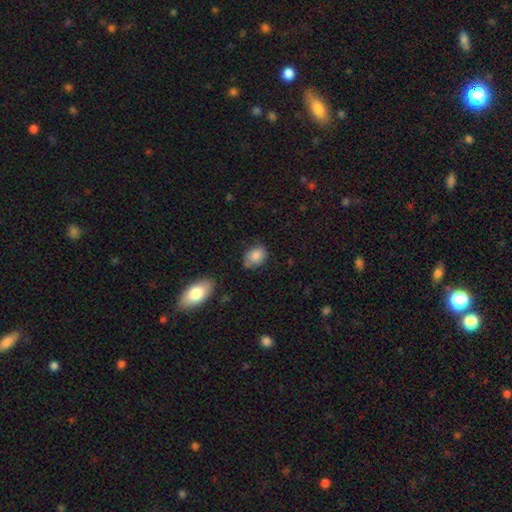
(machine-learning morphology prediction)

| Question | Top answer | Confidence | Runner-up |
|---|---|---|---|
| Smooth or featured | smooth | 83% | featured or disk (9%) |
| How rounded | in between | 69% | round (30%) |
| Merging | none | 63% | minor disturbance (28%) |